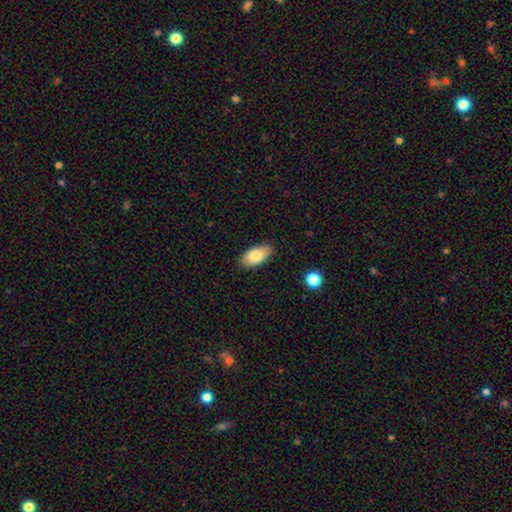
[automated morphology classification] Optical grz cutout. It shows a smooth galaxy with no disk features (83%) that is in between round and cigar-shaped (94%). Merging: none (85%).